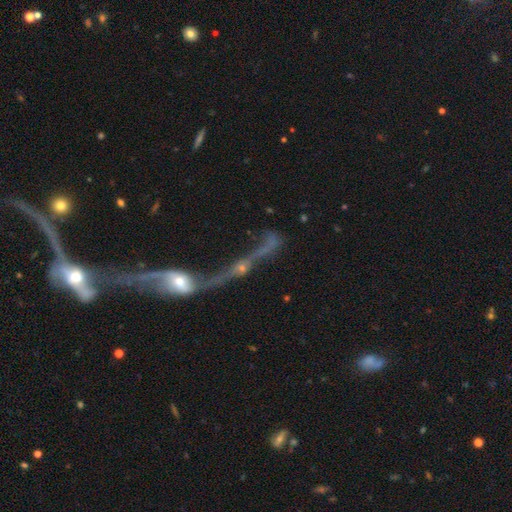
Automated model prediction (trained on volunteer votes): featured or disk 65%, star or artifact 20%, smooth 15%. Down the decision tree: edge-on disk — no (73%); merging — merger (61%).